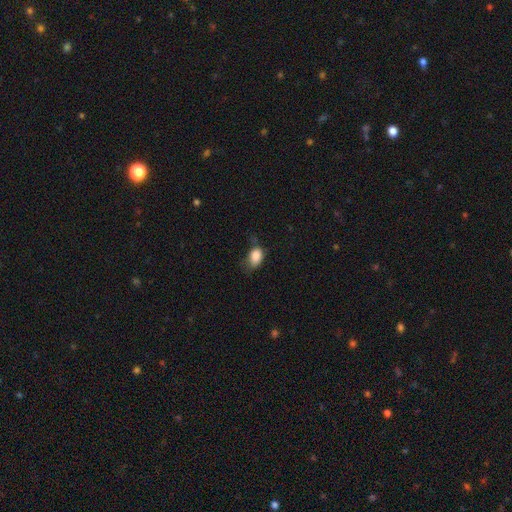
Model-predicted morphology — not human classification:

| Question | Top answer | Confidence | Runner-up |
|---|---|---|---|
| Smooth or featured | smooth | 85% | star or artifact (9%) |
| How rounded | in between | 81% | round (18%) |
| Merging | none | 44% | minor disturbance (38%) |